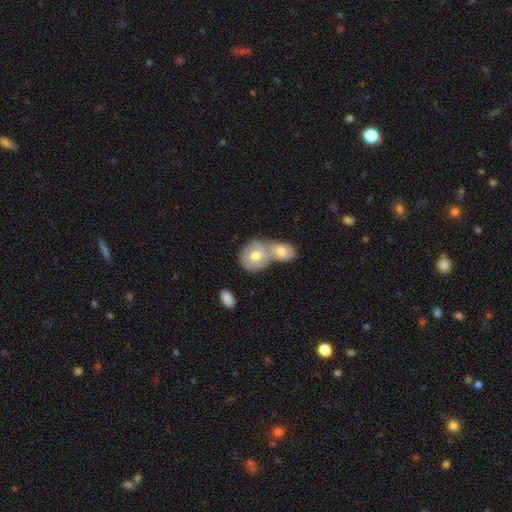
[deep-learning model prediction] Smooth or featured?
  - smooth: 56% *
  - featured or disk: 38%
  - star or artifact: 6%
How rounded?
  - round: 60% *
  - in between: 38%
  - cigar-shaped: 2%
Merging?
  - merger: 63% *
  - none: 25%
  - minor disturbance: 8%
  - major disturbance: 4%